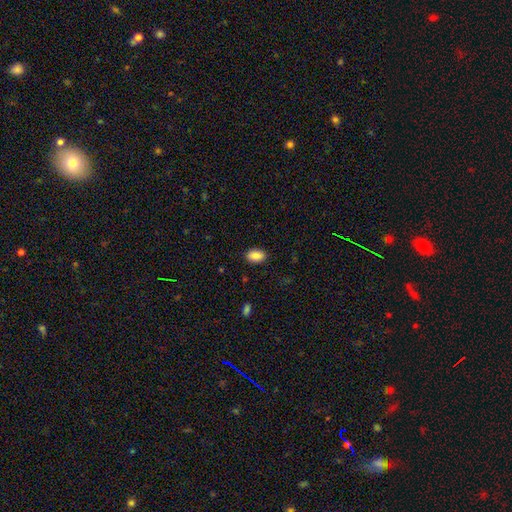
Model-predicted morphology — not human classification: Smooth or featured: smooth — 88% (star or artifact — 8%)
How rounded: in between — 90% (round — 9%)
Merging: none — 88% (minor disturbance — 9%)